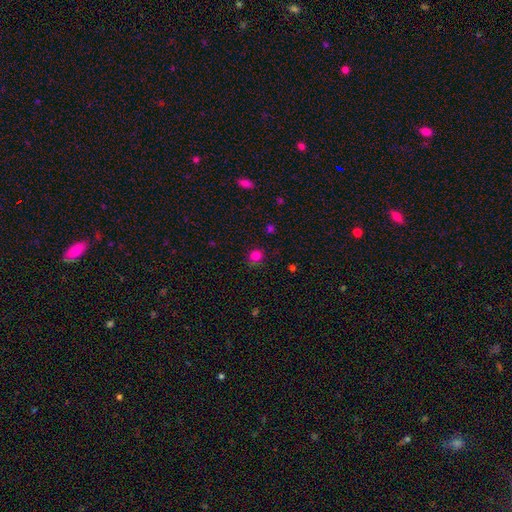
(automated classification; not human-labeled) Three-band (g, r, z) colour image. It shows a smooth galaxy with no disk features (81%) that is round (76%). Merging: none (80%).